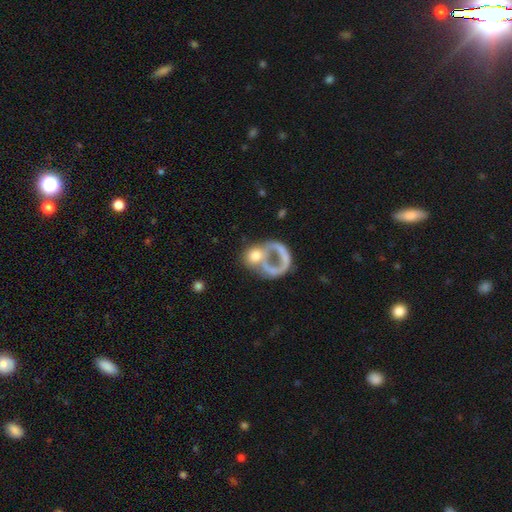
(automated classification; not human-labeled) Overall: featured or disk (48%; smooth 40%). Merging: major disturbance (48%; none 23%).